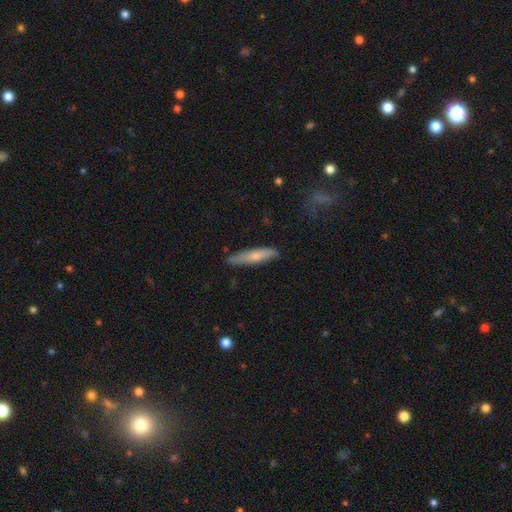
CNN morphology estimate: Smooth or featured? smooth (68%)
How rounded? cigar-shaped (85%)
Merging? none (81%)